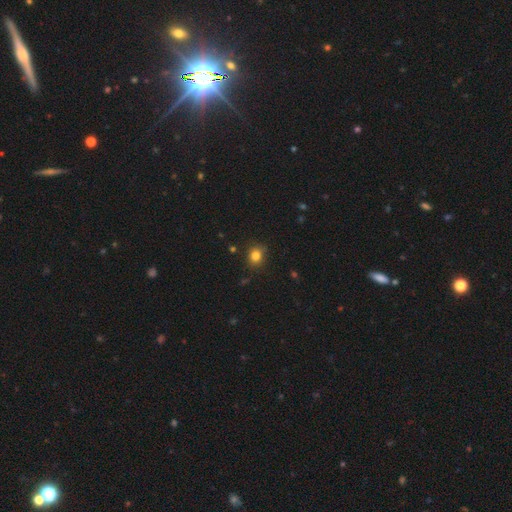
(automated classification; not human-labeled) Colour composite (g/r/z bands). It shows a smooth galaxy with no disk features (82%) that is round (62%). Merging: none (83%).